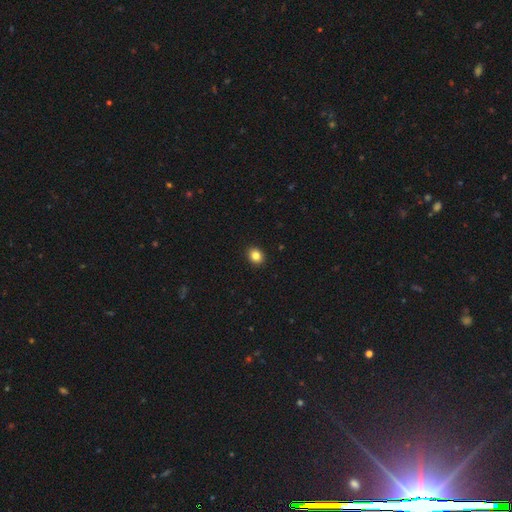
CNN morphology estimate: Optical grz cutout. It shows a smooth galaxy with no disk features (84%) that is round (63%). Merging: none (92%).